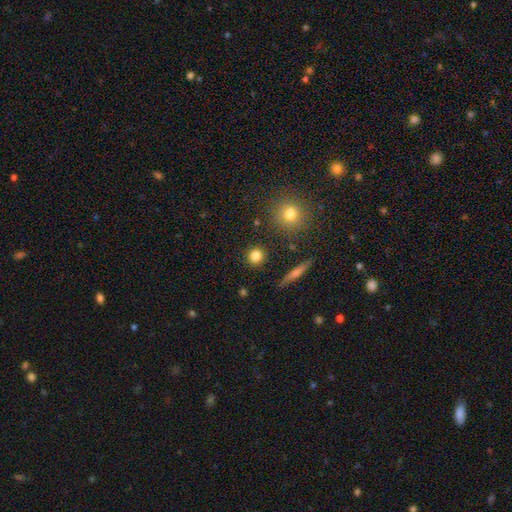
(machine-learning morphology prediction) smooth_or_featured: smooth (p=0.82) [alt: star or artifact p=0.11]
how_rounded: round (p=0.91) [alt: in between p=0.07]
merging: none (p=0.90) [alt: minor disturbance p=0.06]